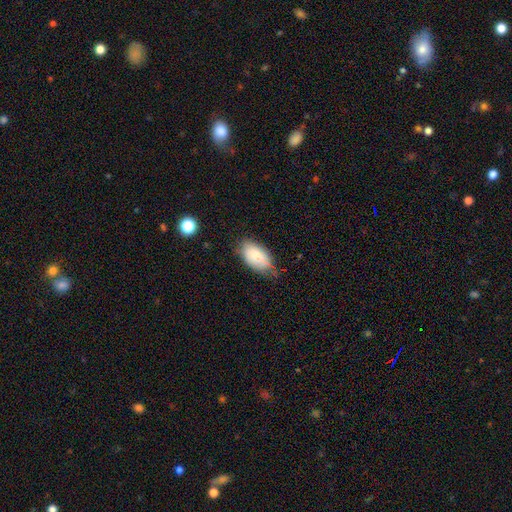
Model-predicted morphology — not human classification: The model was most divided on "merging": none: 64%, minor disturbance: 28%, major disturbance: 5%, merger: 2%. More confident: how rounded — in between (94%); smooth or featured — smooth (78%).